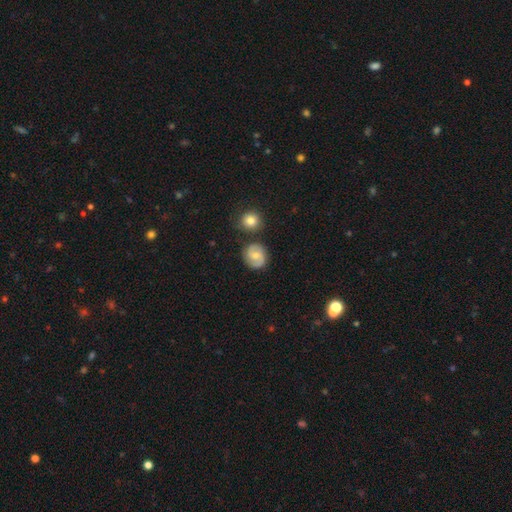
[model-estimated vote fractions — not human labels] The model was most divided on "smooth or featured": featured or disk: 49%, smooth: 43%, star or artifact: 8%. More confident: merging — none (78%).